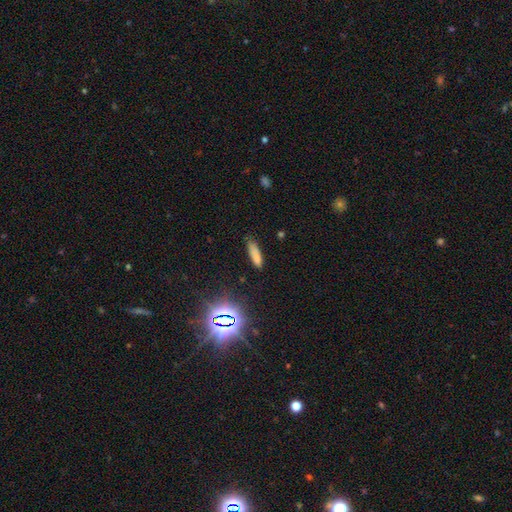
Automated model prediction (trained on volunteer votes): smooth-or-featured: smooth: 72% | star or artifact: 16% | featured or disk: 12%
  how-rounded: cigar-shaped: 62% | in between: 35% | round: 3%
  merging: none: 66% | minor disturbance: 23% | major disturbance: 7% | merger: 4%